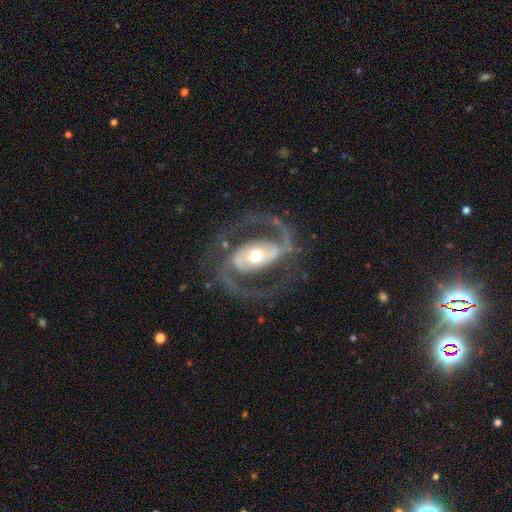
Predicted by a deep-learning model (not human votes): Smooth or featured: featured or disk — 92% (star or artifact — 4%)
Edge-on disk: no — 97% (yes — 3%)
Bar: strong — 36% (no — 33%)
Spiral arms: yes — 97% (no — 3%)
Spiral winding: medium — 64% (tight — 20%)
Spiral arm count: 2 — 93% (can't tell — 2%)
Bulge size: moderate — 67% (small — 21%)
Merging: none — 80% (minor disturbance — 11%)